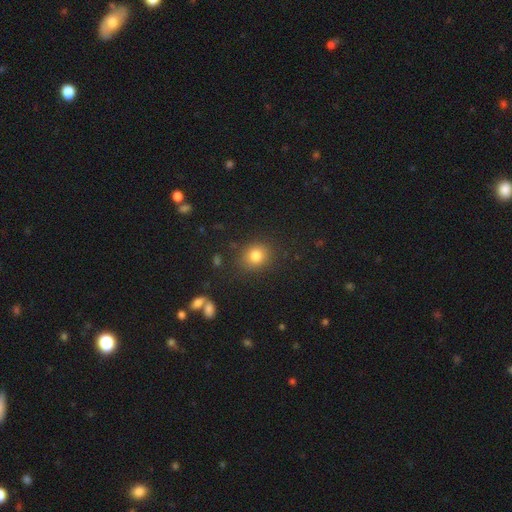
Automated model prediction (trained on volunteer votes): smooth_or_featured: smooth (p=0.81) [alt: star or artifact p=0.12]
how_rounded: round (p=0.70) [alt: in between p=0.29]
merging: none (p=0.84) [alt: minor disturbance p=0.10]